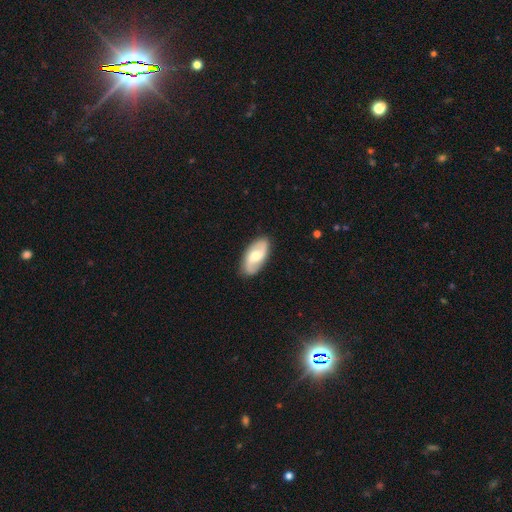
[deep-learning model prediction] Smooth or featured?
  - featured or disk: 65% *
  - smooth: 29%
  - star or artifact: 5%
Edge-on disk?
  - no: 94% *
  - yes: 6%
Bar?
  - weak: 48% *
  - no: 37%
  - strong: 16%
Spiral arms?
  - yes: 87% *
  - no: 13%
Spiral winding?
  - loose: 47% *
  - medium: 37%
  - tight: 16%
Spiral arm count?
  - 2: 90% *
  - can't tell: 6%
  - 1: 2%
  - 3: 1%
  - 4: 1%
  - more than 4: 1%
Bulge size?
  - moderate: 65% *
  - small: 18%
  - large: 14%
  - none: 2%
  - dominant: 1%
Merging?
  - none: 87% *
  - minor disturbance: 10%
  - major disturbance: 2%
  - merger: 1%